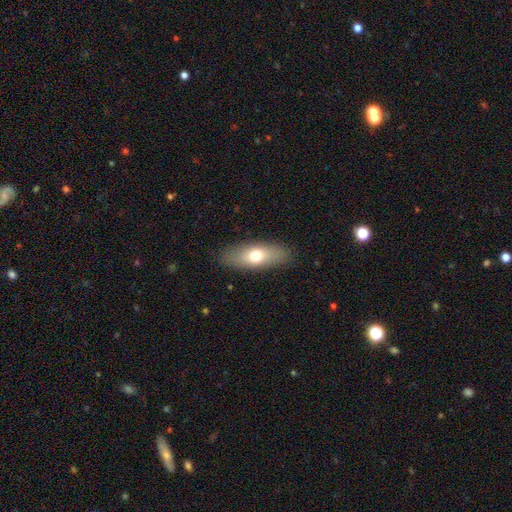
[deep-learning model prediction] The model was most divided on "how rounded": in between: 70%, cigar-shaped: 26%, round: 4%. More confident: merging — none (87%); smooth or featured — smooth (69%).